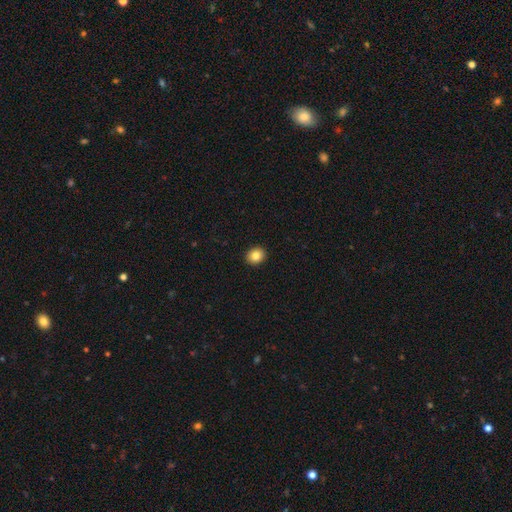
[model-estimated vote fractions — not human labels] Smooth or featured? smooth (83%)
How rounded? round (76%)
Merging? none (93%)